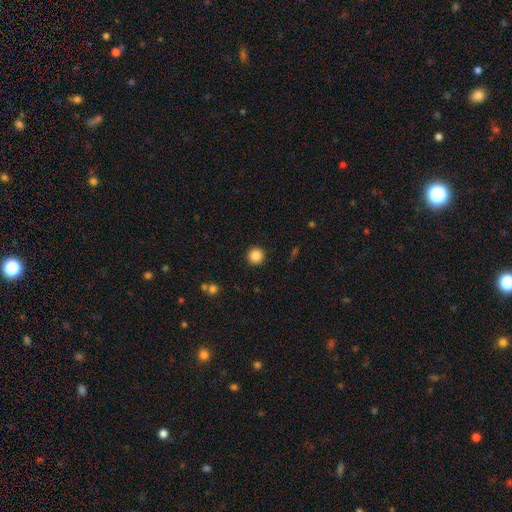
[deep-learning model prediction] Smooth or featured? Predicted: smooth (p=0.86). How rounded? Predicted: round (p=0.95). Merging? Predicted: none (p=0.92).